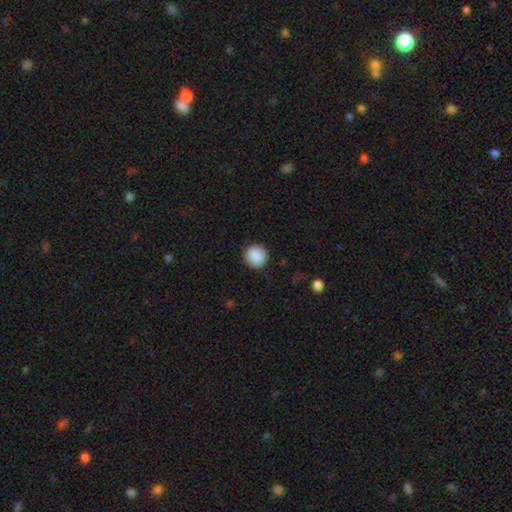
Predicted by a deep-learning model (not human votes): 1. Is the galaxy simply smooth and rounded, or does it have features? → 89% smooth, 8% star or artifact, 3% featured or disk.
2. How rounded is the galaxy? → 93% round, 6% in between, 1% cigar-shaped.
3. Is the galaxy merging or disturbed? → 91% none, 6% minor disturbance, 2% major disturbance, 1% merger.